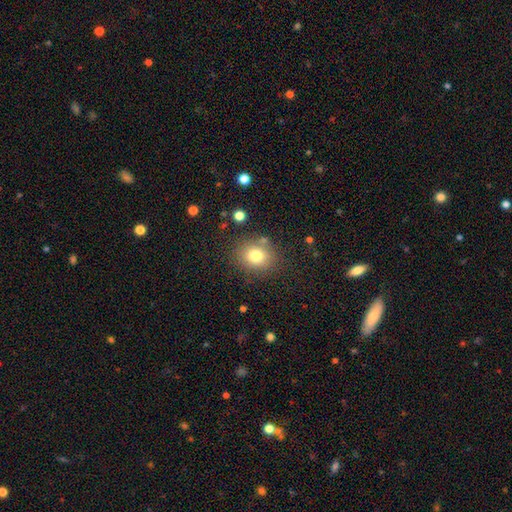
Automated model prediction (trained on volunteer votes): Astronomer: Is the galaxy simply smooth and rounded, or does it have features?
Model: smooth — 77%.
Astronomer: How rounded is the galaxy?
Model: round — 71%.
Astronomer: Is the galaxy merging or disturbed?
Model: none — 79%.